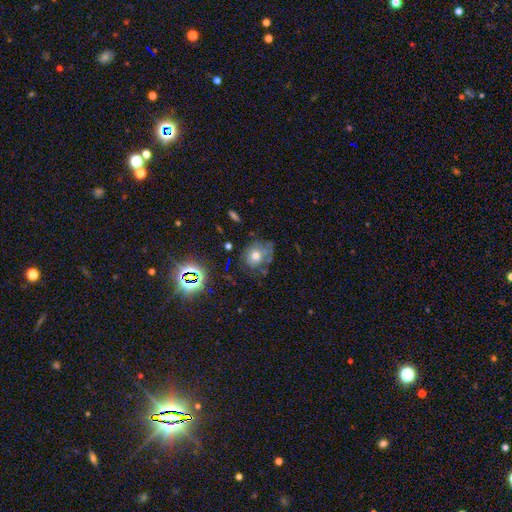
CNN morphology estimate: smooth 46%, featured or disk 36%, star or artifact 19%. Down the decision tree: merging — none (53%).